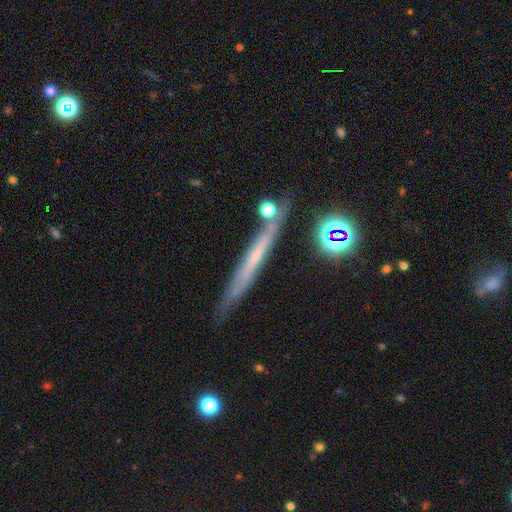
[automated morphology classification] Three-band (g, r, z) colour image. It shows a featured or disk galaxy (53%) viewed edge-on (91%). Merging: none (77%).